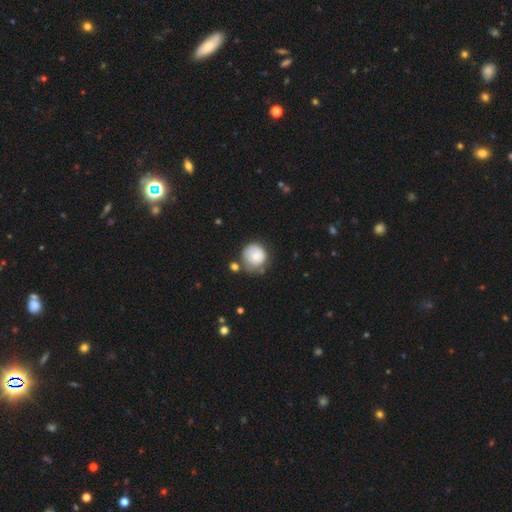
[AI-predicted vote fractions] smooth_or_featured: smooth (p=0.71) [alt: featured or disk p=0.22]
how_rounded: round (p=0.90) [alt: in between p=0.09]
merging: none (p=0.61) [alt: minor disturbance p=0.25]